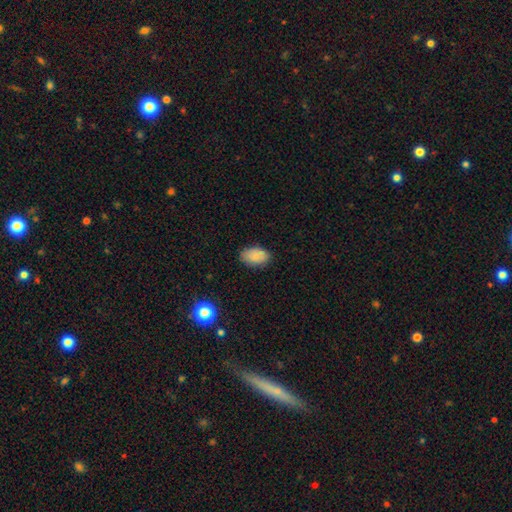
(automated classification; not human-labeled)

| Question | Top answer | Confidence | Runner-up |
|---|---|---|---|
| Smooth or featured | smooth | 83% | featured or disk (9%) |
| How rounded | in between | 91% | round (7%) |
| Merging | none | 85% | minor disturbance (12%) |